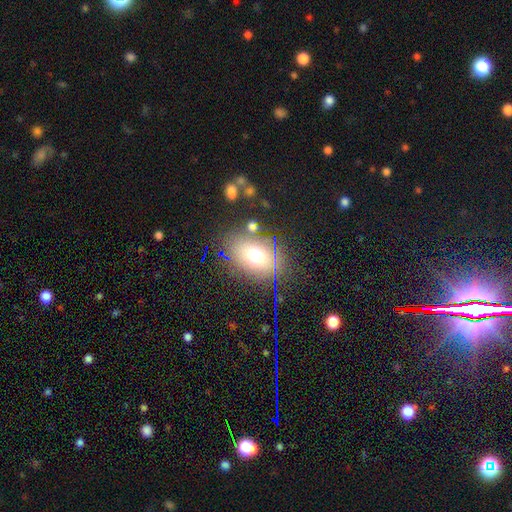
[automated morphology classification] The model was most divided on "how rounded": in between: 65%, round: 33%, cigar-shaped: 2%. More confident: merging — none (78%); smooth or featured — smooth (62%).